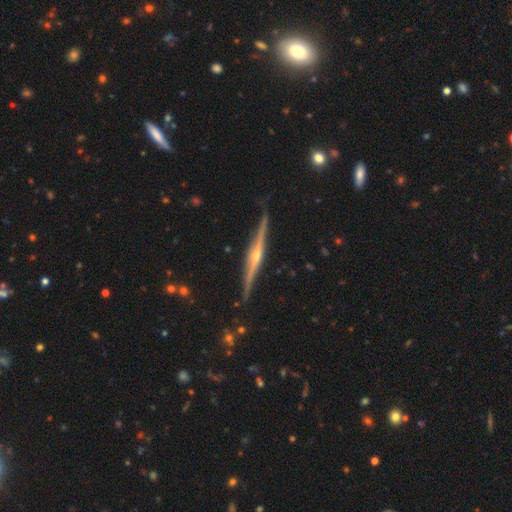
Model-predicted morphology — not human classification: Smooth or featured: featured or disk — 87% (smooth — 8%)
Edge-on disk: yes — 98% (no — 2%)
Edge-on bulge: rounded — 85% (none — 8%)
Merging: none — 87% (minor disturbance — 10%)